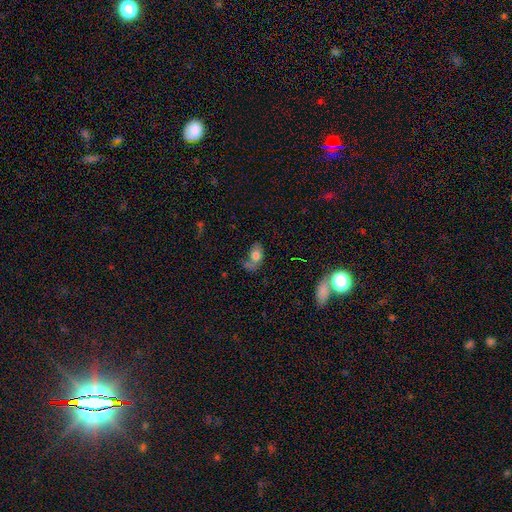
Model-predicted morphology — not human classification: smooth-or-featured: smooth: 68% | featured or disk: 23% | star or artifact: 10%
  how-rounded: in between: 85% | round: 12% | cigar-shaped: 3%
  merging: none: 34% | major disturbance: 26% | minor disturbance: 22% | merger: 18%